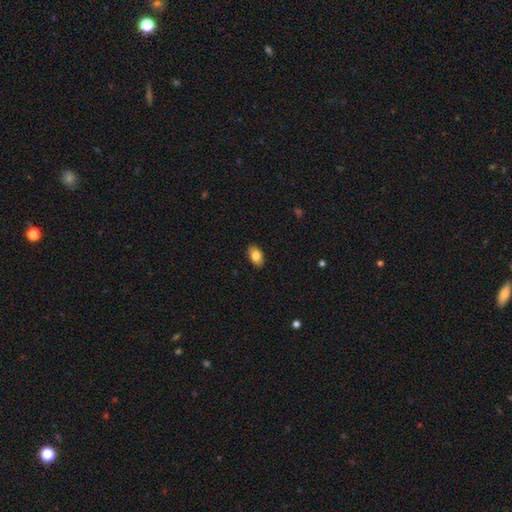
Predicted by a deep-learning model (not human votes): Smooth or featured: smooth — 83% (featured or disk — 9%)
How rounded: in between — 89% (round — 9%)
Merging: none — 88% (minor disturbance — 9%)